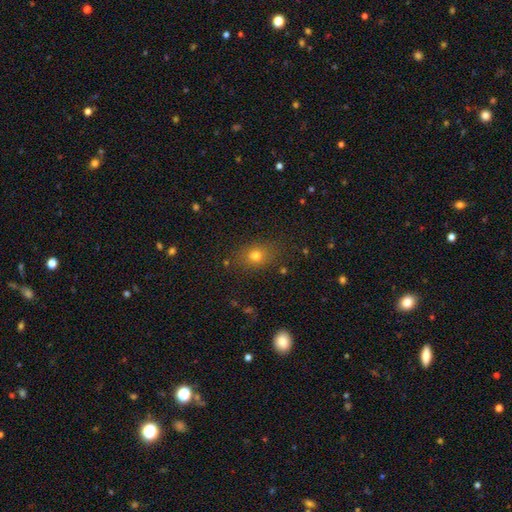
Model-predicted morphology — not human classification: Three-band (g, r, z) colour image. It shows a smooth galaxy with no disk features (73%) that is in between round and cigar-shaped (53%). Merging: none (81%).